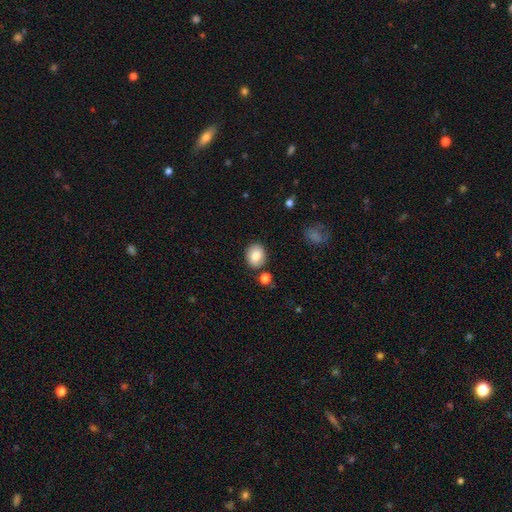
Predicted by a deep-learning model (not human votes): Overall: smooth (85%). How rounded: round (51%; in between 48%). Merging: none (82%).